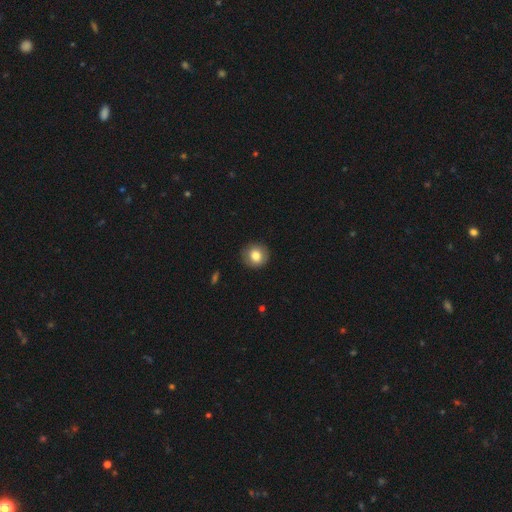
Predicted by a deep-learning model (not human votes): Q: Smooth or featured?
A: smooth (80%); runner-up: featured or disk (11%)
Q: How rounded?
A: round (91%); runner-up: in between (8%)
Q: Merging?
A: none (90%); runner-up: minor disturbance (8%)